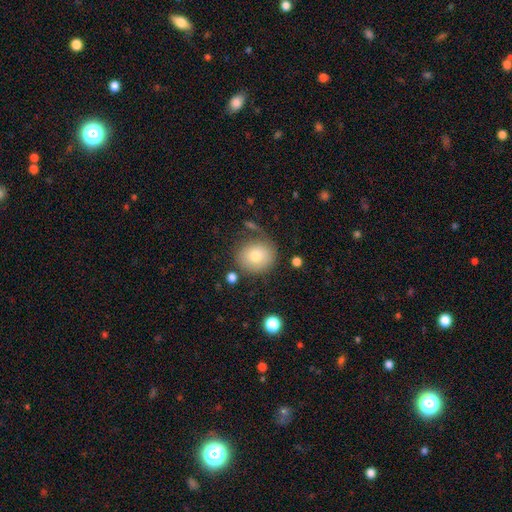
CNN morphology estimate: A smooth galaxy with no disk features (77%) that is round (80%). Merging: none (73%).